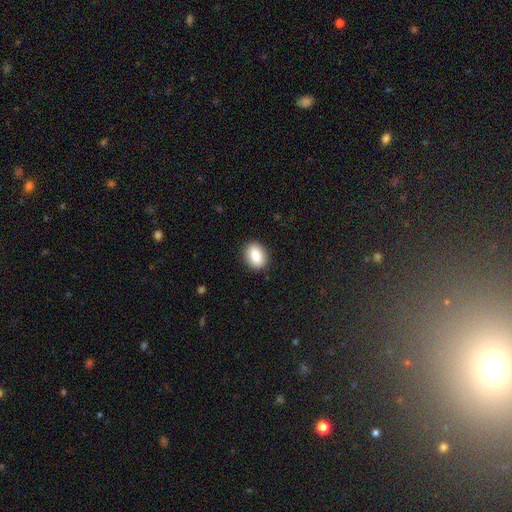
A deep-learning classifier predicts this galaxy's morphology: This appears to be a smooth galaxy with no disk features (87%) that is in between round and cigar-shaped (73%). Merging: none (90%).